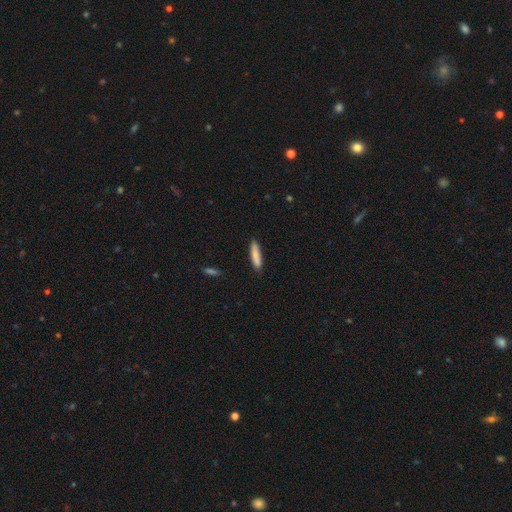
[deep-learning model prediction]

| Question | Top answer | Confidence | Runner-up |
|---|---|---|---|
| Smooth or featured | smooth | 84% | featured or disk (10%) |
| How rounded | cigar-shaped | 81% | in between (17%) |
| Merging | none | 87% | minor disturbance (10%) |